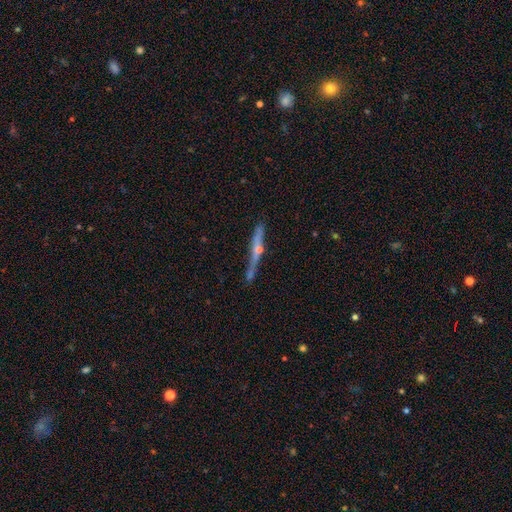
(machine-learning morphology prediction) Smooth or featured? featured or disk (74%)
Edge-on disk? yes (96%)
Edge-on bulge? rounded (87%)
Merging? none (75%)